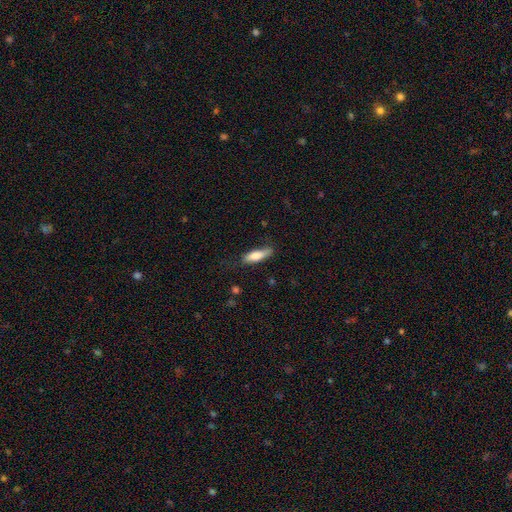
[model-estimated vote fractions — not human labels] Smooth or featured?
  - smooth: 76% *
  - featured or disk: 18%
  - star or artifact: 6%
How rounded?
  - cigar-shaped: 52% *
  - in between: 46%
  - round: 2%
Merging?
  - none: 68% *
  - minor disturbance: 24%
  - major disturbance: 6%
  - merger: 2%